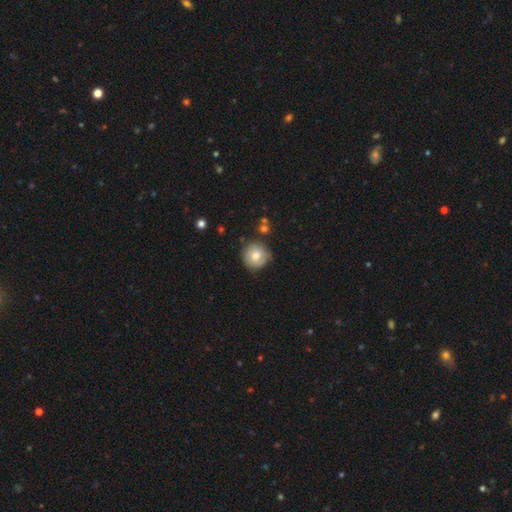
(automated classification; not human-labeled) smooth_or_featured: smooth (p=0.74) [alt: featured or disk p=0.18]
how_rounded: round (p=0.93) [alt: in between p=0.06]
merging: none (p=0.77) [alt: minor disturbance p=0.17]